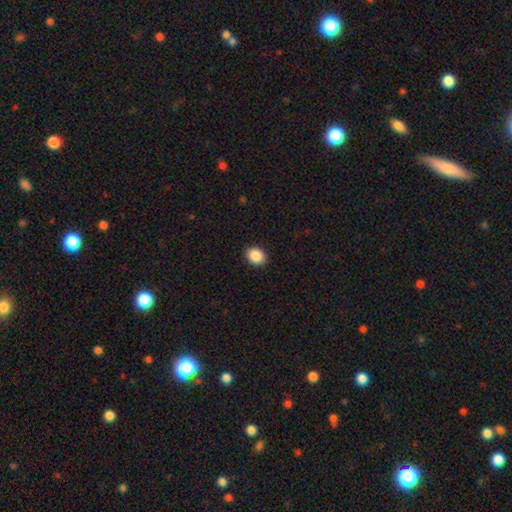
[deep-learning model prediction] Overall: smooth (88%). How rounded: round (50%; in between 49%). Merging: none (90%).